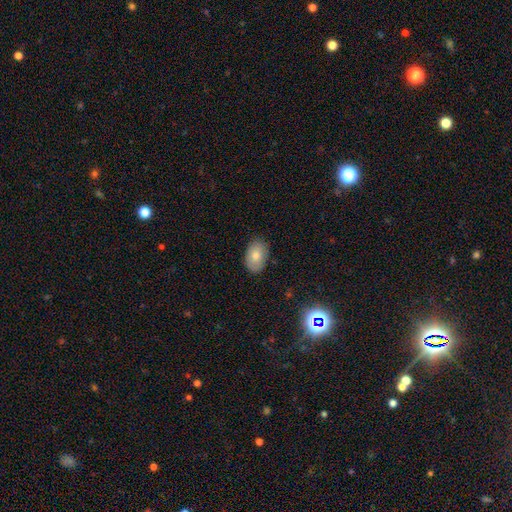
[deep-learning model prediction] Overall: smooth (78%). How rounded: in between (89%). Merging: none (84%).